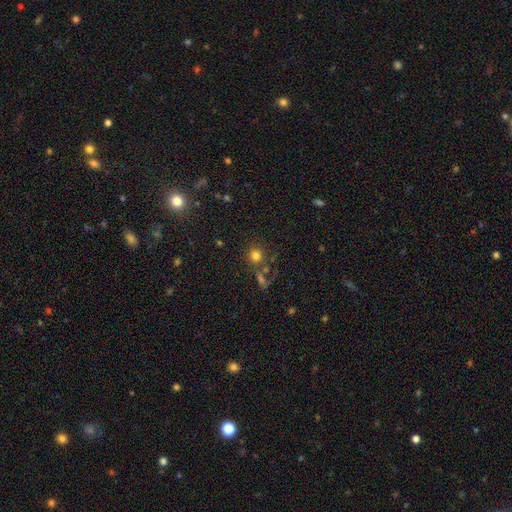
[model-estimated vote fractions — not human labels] Morphology: type=smooth (76%); roundness=round (86%); merging=none (65%).